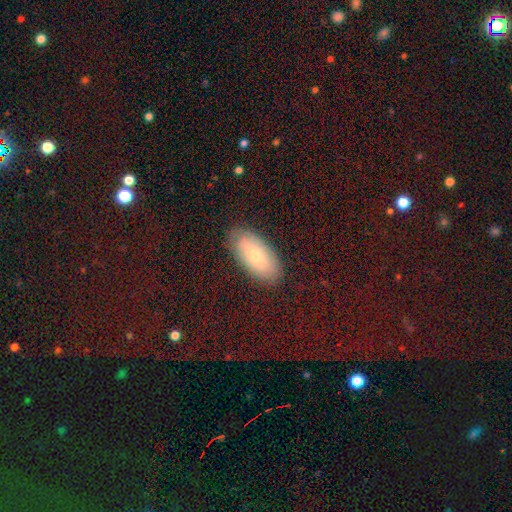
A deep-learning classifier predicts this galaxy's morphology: smooth 63%, featured or disk 28%, star or artifact 9%. Down the decision tree: how rounded — in between (91%); merging — none (85%).